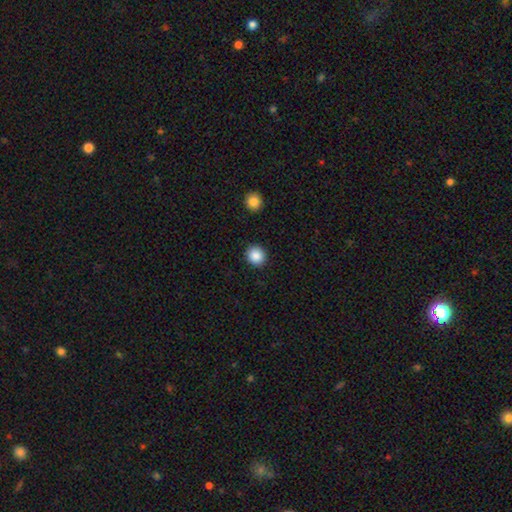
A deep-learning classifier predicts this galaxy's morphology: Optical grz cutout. It shows a smooth galaxy with no disk features (88%) that is round (90%). Merging: none (92%).